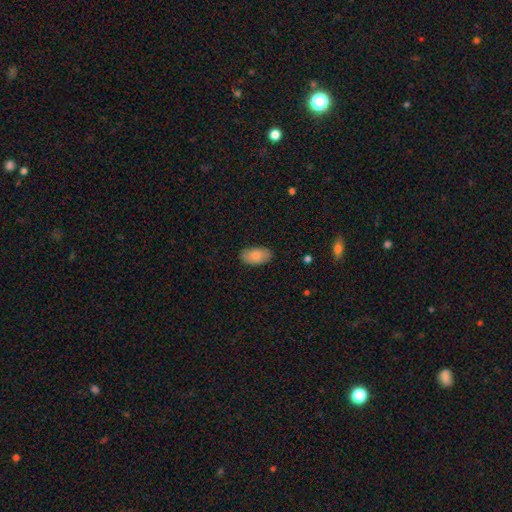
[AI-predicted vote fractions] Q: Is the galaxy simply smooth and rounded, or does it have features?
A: smooth — 86%.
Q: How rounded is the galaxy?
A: in between — 95%.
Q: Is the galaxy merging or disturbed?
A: none — 85%.